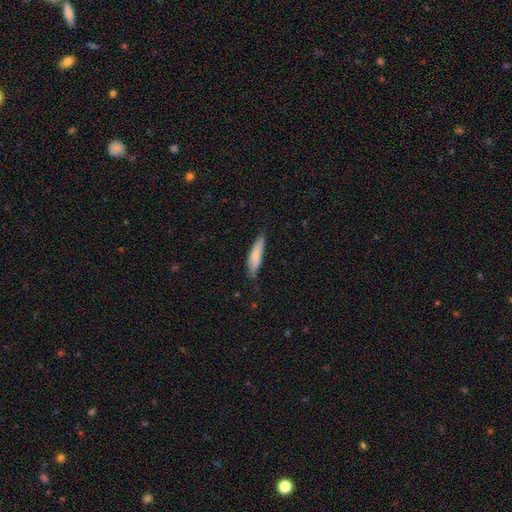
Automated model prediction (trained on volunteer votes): Smooth or featured? smooth (78%)
How rounded? cigar-shaped (73%)
Merging? none (76%)